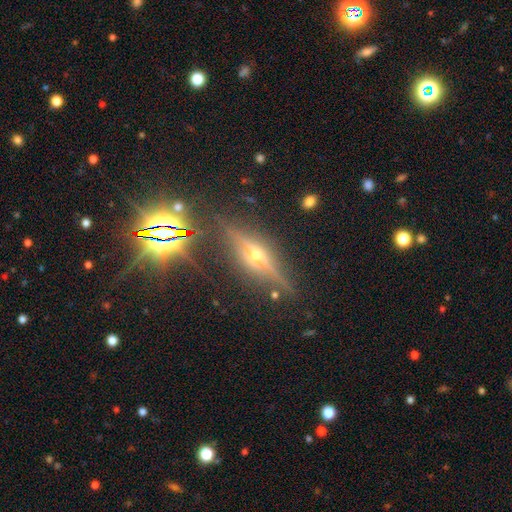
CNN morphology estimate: featured or disk 72%, star or artifact 17%, smooth 11%. Down the decision tree: edge-on disk — yes (94%); edge-on bulge — rounded (94%); merging — none (84%).